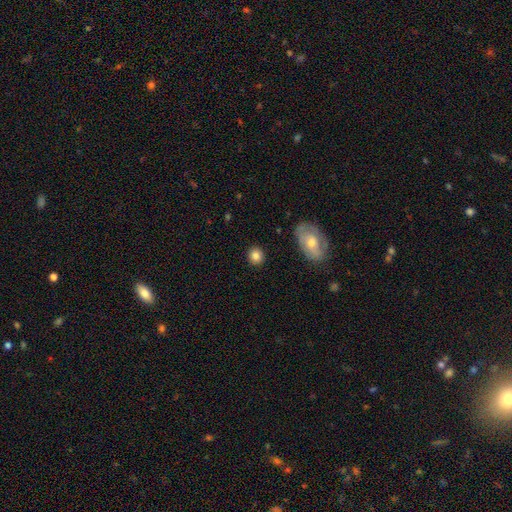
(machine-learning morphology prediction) Smooth or featured?
  - smooth: 83% *
  - star or artifact: 9%
  - featured or disk: 8%
How rounded?
  - round: 85% *
  - in between: 14%
  - cigar-shaped: 1%
Merging?
  - none: 89% *
  - minor disturbance: 7%
  - major disturbance: 2%
  - merger: 2%